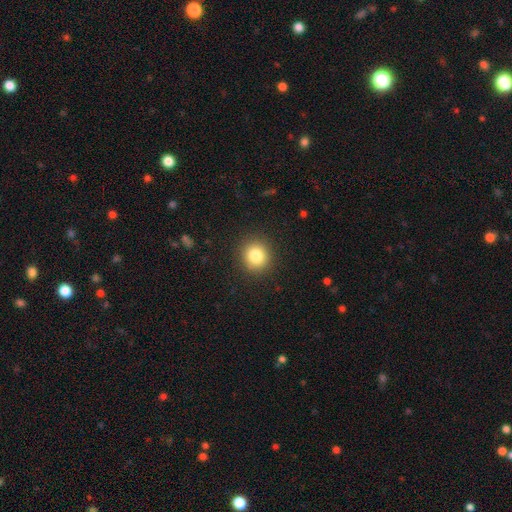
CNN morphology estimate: A smooth galaxy with no disk features (82%) that is round (86%).

Vote fractions:
- Smooth or featured? smooth: 82% / star or artifact: 10% / featured or disk: 7%
- How rounded? round: 86% / in between: 13% / cigar-shaped: 1%
- Merging? none: 90% / minor disturbance: 7% / major disturbance: 2% / merger: 1%